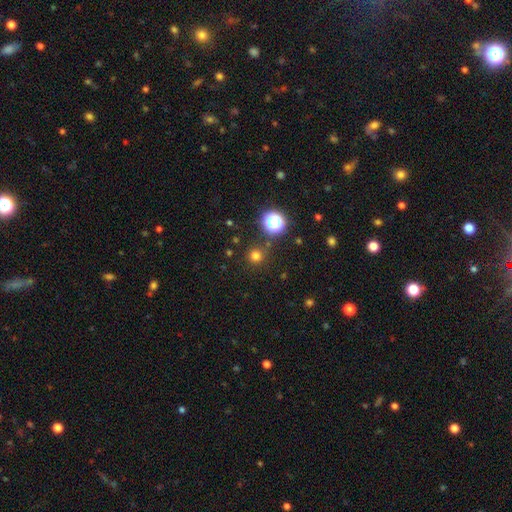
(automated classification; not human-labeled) Smooth or featured: smooth — 73% (star or artifact — 22%)
How rounded: round — 95% (in between — 4%)
Merging: none — 87% (minor disturbance — 7%)